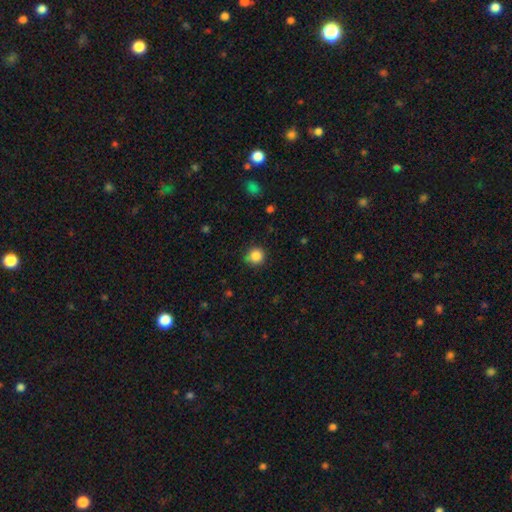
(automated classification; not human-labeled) A smooth galaxy with no disk features (86%) that is round (90%).

Vote fractions:
- Smooth or featured? smooth: 86% / star or artifact: 10% / featured or disk: 4%
- How rounded? round: 90% / in between: 9% / cigar-shaped: 1%
- Merging? none: 78% / minor disturbance: 17% / major disturbance: 3% / merger: 1%